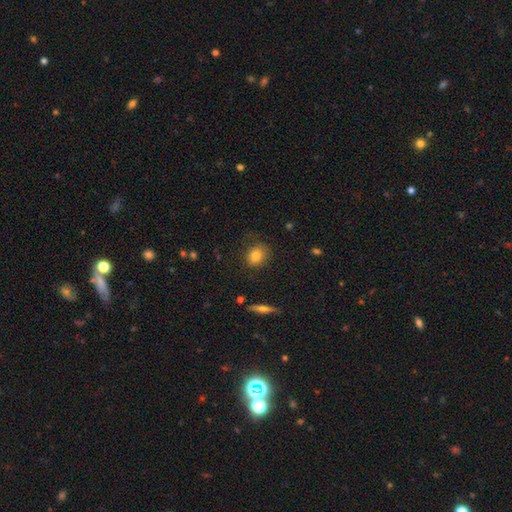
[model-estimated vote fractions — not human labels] Morphology: type=smooth (79%); roundness=round (70%); merging=none (75%).